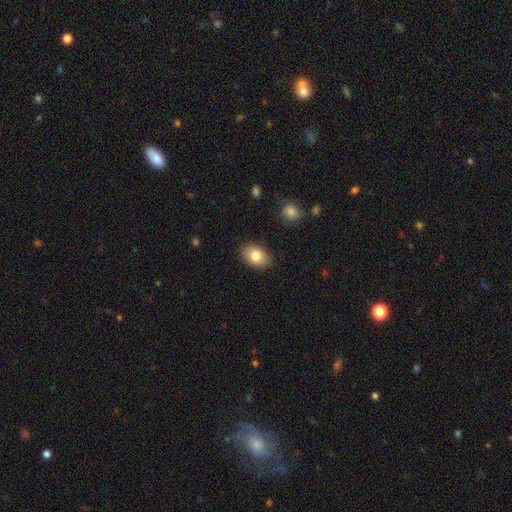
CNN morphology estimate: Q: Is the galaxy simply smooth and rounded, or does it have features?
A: smooth — 82%.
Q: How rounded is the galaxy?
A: in between — 83%.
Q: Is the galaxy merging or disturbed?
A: none — 87%.